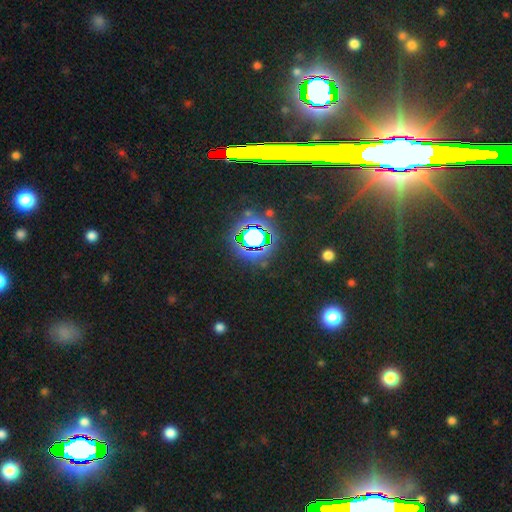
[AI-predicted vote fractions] smooth-or-featured: star or artifact: 82% | smooth: 9% | featured or disk: 9%